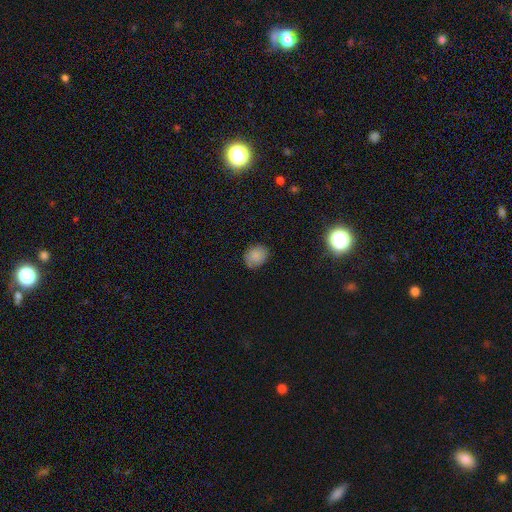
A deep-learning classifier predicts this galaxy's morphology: Smooth or featured? Predicted: smooth (p=0.81). How rounded? Predicted: round (p=0.55). Merging? Predicted: none (p=0.80).